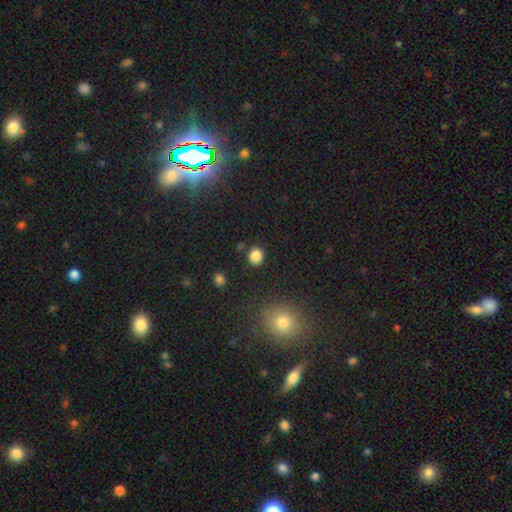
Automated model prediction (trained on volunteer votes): This is clearly a smooth galaxy (85%). How rounded: likely round (78%). Merging: clearly none (87%).